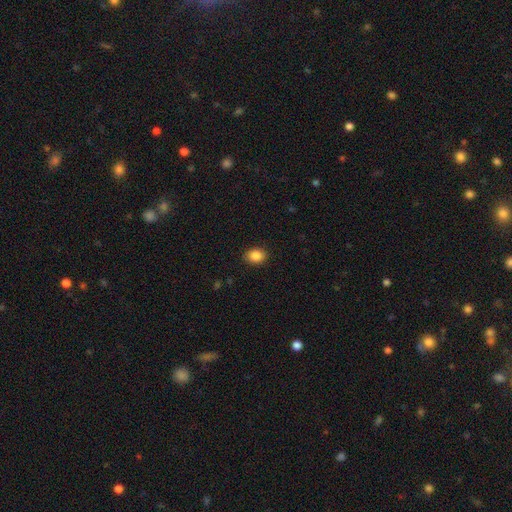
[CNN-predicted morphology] Smooth or featured: smooth — 87% (star or artifact — 9%)
How rounded: in between — 61% (round — 38%)
Merging: none — 89% (minor disturbance — 8%)